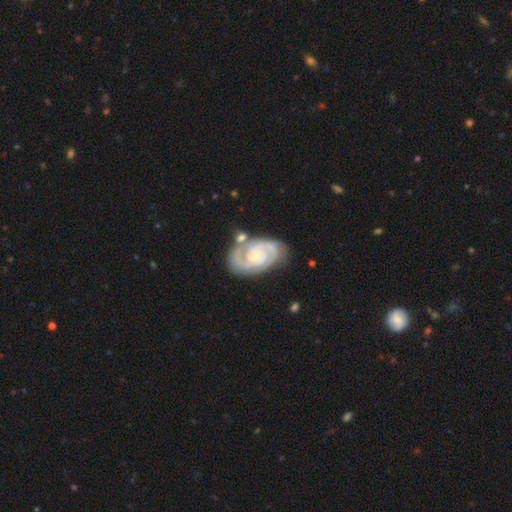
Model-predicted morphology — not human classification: Q: Smooth or featured?
A: featured or disk (92%); runner-up: star or artifact (4%)
Q: Edge-on disk?
A: no (98%); runner-up: yes (2%)
Q: Bar?
A: no (66%); runner-up: weak (26%)
Q: Spiral arms?
A: yes (99%); runner-up: no (1%)
Q: Spiral winding?
A: tight (72%); runner-up: medium (25%)
Q: Spiral arm count?
A: 2 (77%); runner-up: 3 (13%)
Q: Bulge size?
A: small (73%); runner-up: moderate (22%)
Q: Merging?
A: none (67%); runner-up: minor disturbance (16%)